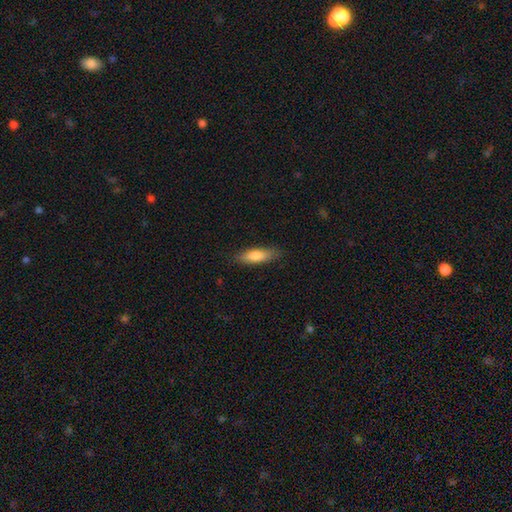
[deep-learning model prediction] smooth 80%, featured or disk 14%, star or artifact 6%. Down the decision tree: how rounded — in between (51%); merging — none (83%).